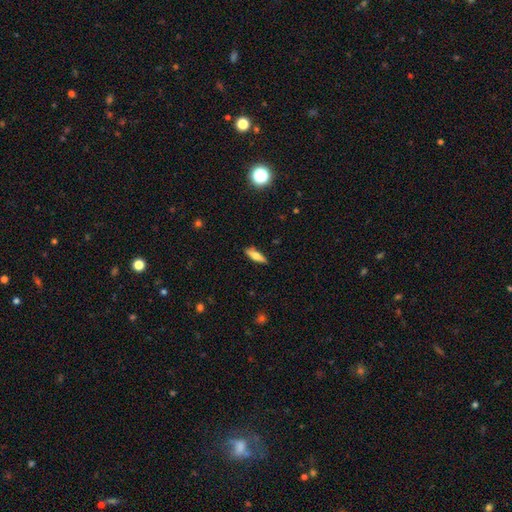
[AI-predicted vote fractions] smooth-or-featured: smooth: 62% | featured or disk: 31% | star or artifact: 7%
  how-rounded: cigar-shaped: 60% | in between: 37% | round: 2%
  merging: none: 87% | minor disturbance: 9% | major disturbance: 2% | merger: 1%